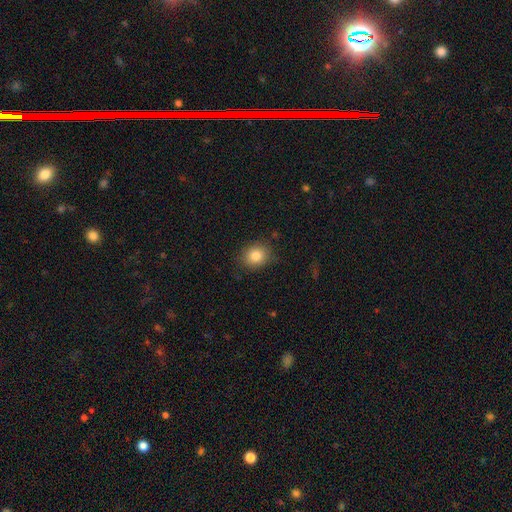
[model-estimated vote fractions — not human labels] The model was most divided on "how rounded": round: 66%, in between: 33%, cigar-shaped: 1%. More confident: smooth or featured — smooth (83%); merging — none (83%).